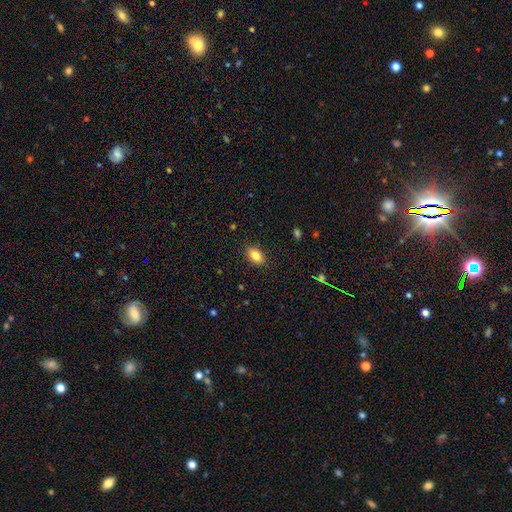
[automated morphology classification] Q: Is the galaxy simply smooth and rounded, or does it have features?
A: smooth — 84%.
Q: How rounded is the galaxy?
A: in between — 87%.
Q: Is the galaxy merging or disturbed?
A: none — 87%.